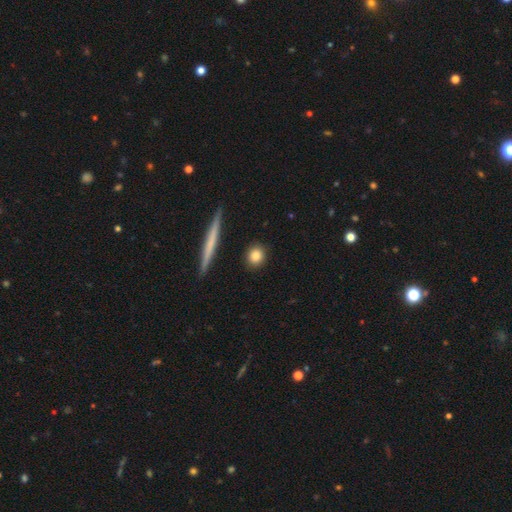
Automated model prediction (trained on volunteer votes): Morphology: type=smooth (83%); roundness=round (80%); merging=none (89%).